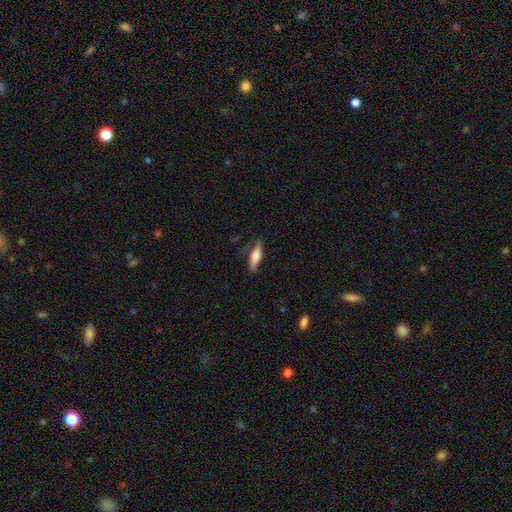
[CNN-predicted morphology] type=smooth (57%); roundness=cigar-shaped (69%); merging=none (77%).